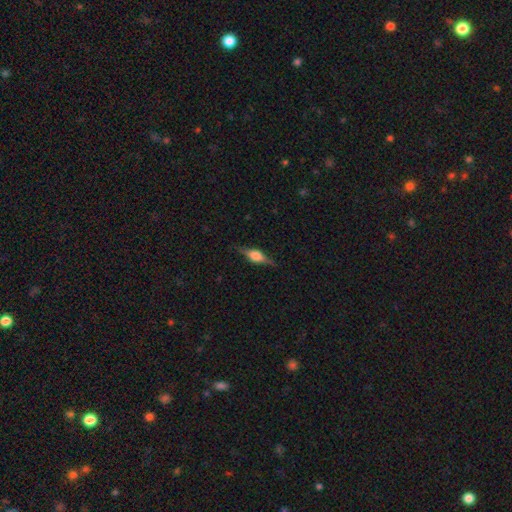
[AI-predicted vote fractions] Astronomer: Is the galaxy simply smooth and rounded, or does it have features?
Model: featured or disk — 70%.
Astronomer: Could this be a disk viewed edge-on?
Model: yes — 97%.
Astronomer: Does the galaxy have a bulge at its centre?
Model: rounded — 83%.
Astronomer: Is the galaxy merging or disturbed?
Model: none — 85%.